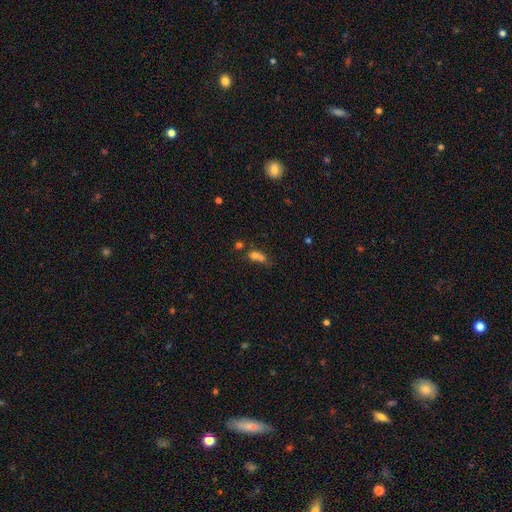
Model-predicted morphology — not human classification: Overall: smooth (63%). How rounded: in between (54%; round 36%). Merging: merger (45%; none 32%).